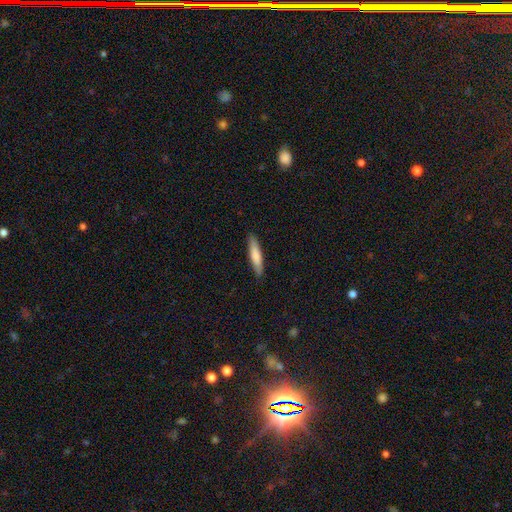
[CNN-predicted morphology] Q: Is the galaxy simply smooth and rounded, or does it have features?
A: smooth — 75%.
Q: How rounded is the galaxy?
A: cigar-shaped — 86%.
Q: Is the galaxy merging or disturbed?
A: none — 88%.